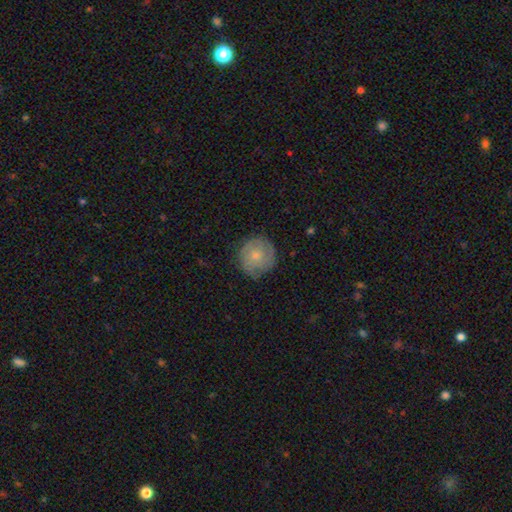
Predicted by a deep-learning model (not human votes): Morphology: type=smooth (58%); roundness=round (93%); merging=none (78%).